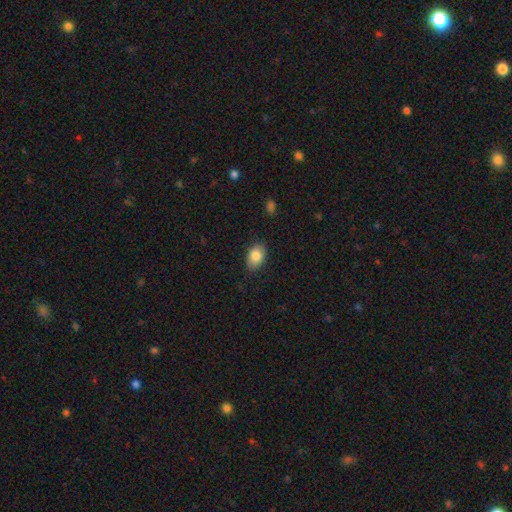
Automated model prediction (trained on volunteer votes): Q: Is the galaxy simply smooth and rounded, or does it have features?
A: smooth — 84%.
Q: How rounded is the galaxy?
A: in between — 80%.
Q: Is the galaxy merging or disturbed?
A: none — 80%.